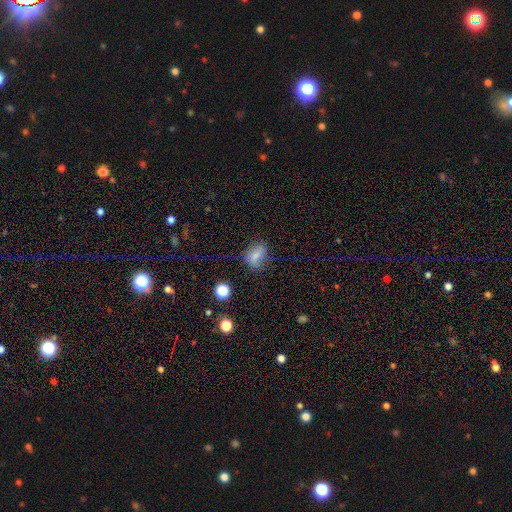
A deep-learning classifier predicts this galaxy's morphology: This appears to be a smooth galaxy with no disk features (64%) that is in between round and cigar-shaped (68%). Merging: none (65%).